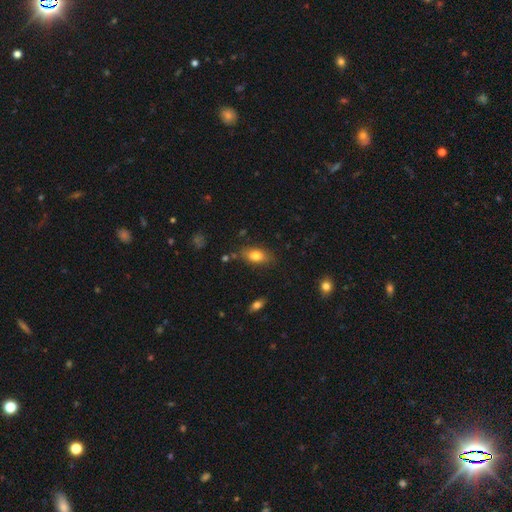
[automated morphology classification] smooth 79%, featured or disk 13%, star or artifact 8%. Down the decision tree: how rounded — in between (87%); merging — none (79%).